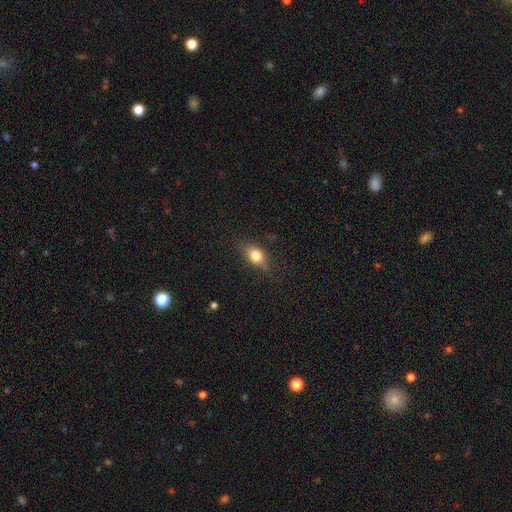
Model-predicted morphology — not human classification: Overall: smooth (79%). How rounded: in between (71%). Merging: none (78%).